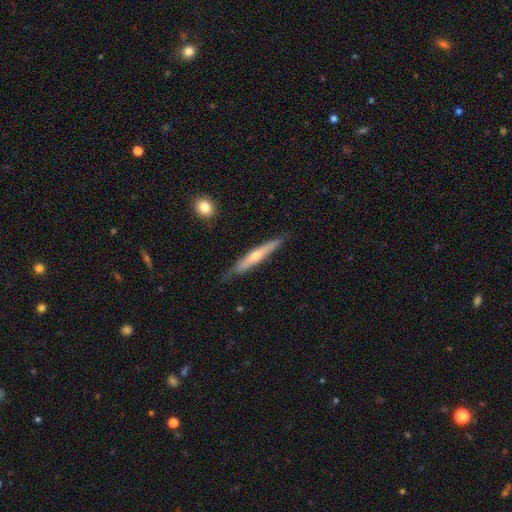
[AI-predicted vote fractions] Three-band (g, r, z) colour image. It shows a featured or disk galaxy (55%) viewed edge-on (91%) with a rounded central bulge (73%). Merging: none (78%).